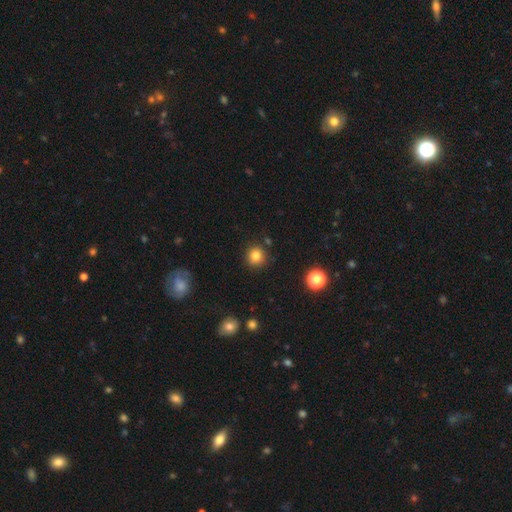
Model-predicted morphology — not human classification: A smooth galaxy with no disk features (82%) that is round (92%).

Vote fractions:
- Smooth or featured? smooth: 82% / star or artifact: 12% / featured or disk: 6%
- How rounded? round: 92% / in between: 8% / cigar-shaped: 1%
- Merging? none: 88% / minor disturbance: 7% / merger: 3% / major disturbance: 2%